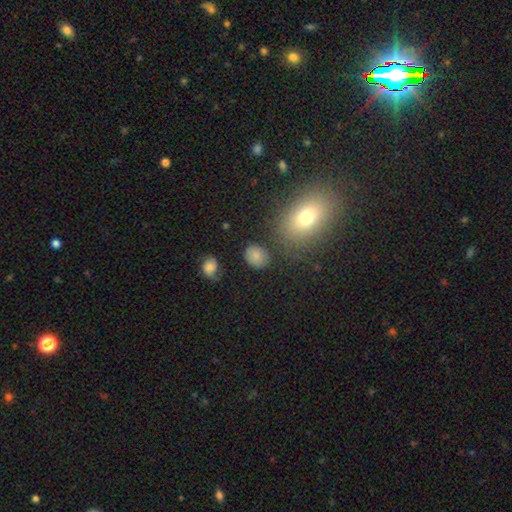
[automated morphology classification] A smooth galaxy with no disk features (79%) that is round (53%).

Vote fractions:
- Smooth or featured? smooth: 79% / star or artifact: 12% / featured or disk: 9%
- How rounded? round: 53% / in between: 46% / cigar-shaped: 1%
- Merging? none: 79% / minor disturbance: 13% / major disturbance: 5% / merger: 3%